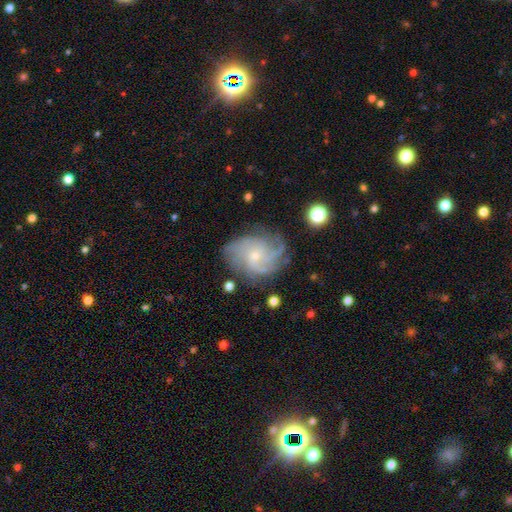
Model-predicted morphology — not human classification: featured or disk 81%, smooth 11%, star or artifact 8%. Down the decision tree: edge-on disk — no (97%); bar — no (74%); spiral arms — yes (95%); spiral arm count — 4 (30%); spiral winding — tight (43%); bulge size — small (78%); merging — none (70%).